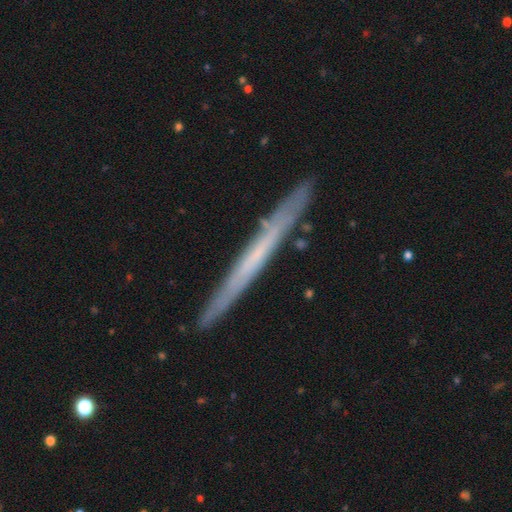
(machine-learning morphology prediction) This is likely a featured or disk galaxy (61%). It is clearly viewed edge-on (94%). Edge-on bulge: clearly none (89%). Merging: clearly none (88%).